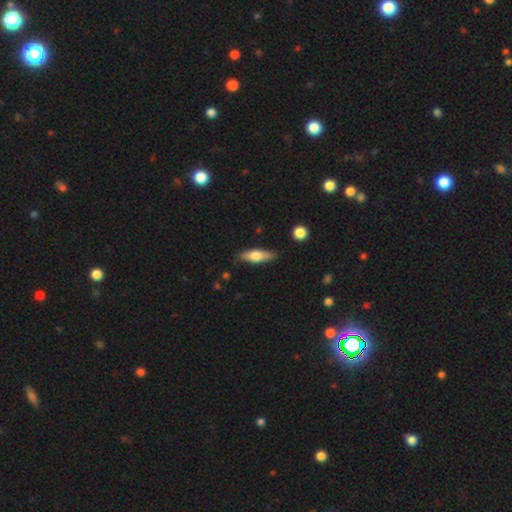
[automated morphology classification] Q: Smooth or featured?
A: smooth (58%); runner-up: featured or disk (36%)
Q: How rounded?
A: cigar-shaped (56%); runner-up: in between (41%)
Q: Merging?
A: none (83%); runner-up: minor disturbance (12%)